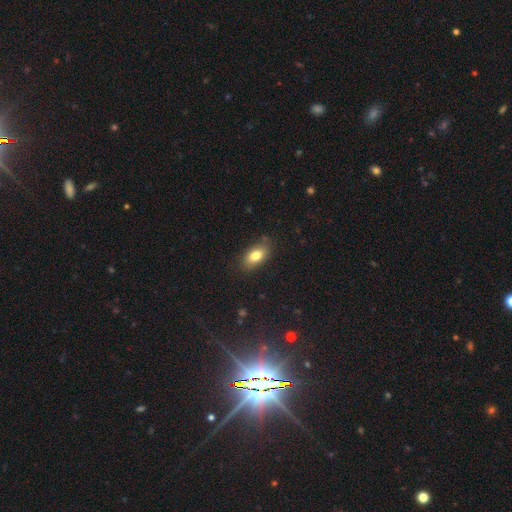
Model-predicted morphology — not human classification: This appears to be a smooth galaxy with no disk features (79%) that is in between round and cigar-shaped (90%). Merging: none (81%).